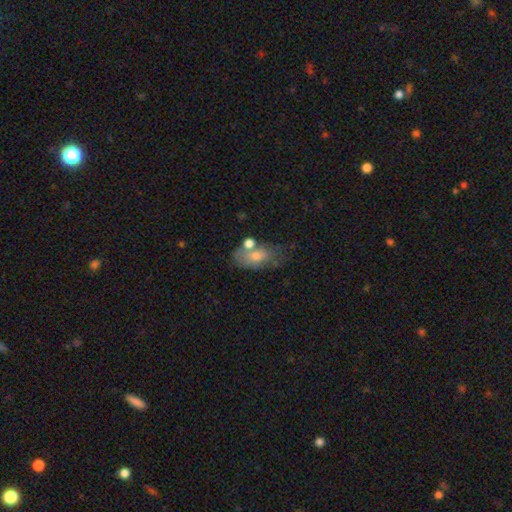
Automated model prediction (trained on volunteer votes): This is possibly a smooth galaxy (59%). How rounded: clearly in between (87%). Merging: marginally none (40%).